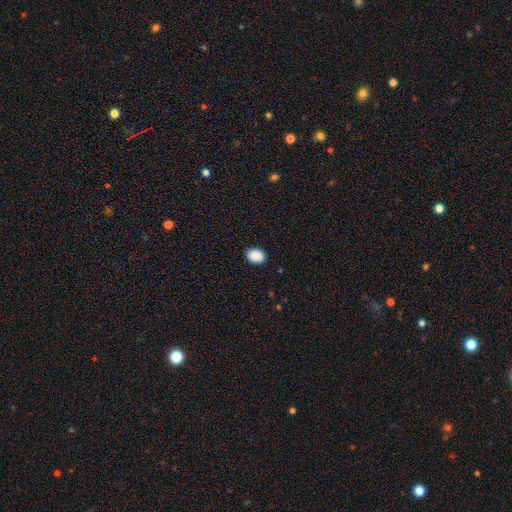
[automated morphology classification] A smooth galaxy with no disk features (90%) that is in between round and cigar-shaped (72%).

Vote fractions:
- Smooth or featured? smooth: 90% / star or artifact: 7% / featured or disk: 3%
- How rounded? in between: 72% / round: 27% / cigar-shaped: 1%
- Merging? none: 87% / minor disturbance: 9% / major disturbance: 2% / merger: 1%